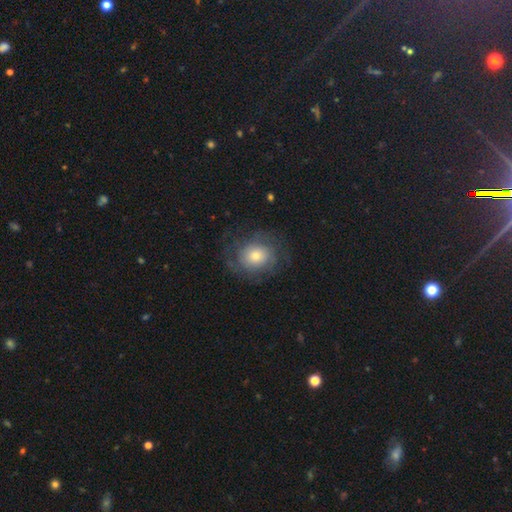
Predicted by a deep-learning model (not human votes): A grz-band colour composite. It shows a featured or disk galaxy (47%). Merging: none (70%).